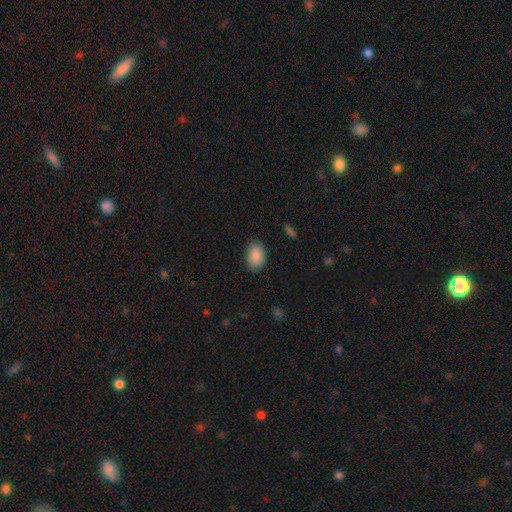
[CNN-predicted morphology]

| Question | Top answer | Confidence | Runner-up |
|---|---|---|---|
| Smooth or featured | smooth | 90% | star or artifact (7%) |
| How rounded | in between | 88% | round (11%) |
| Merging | none | 87% | minor disturbance (10%) |